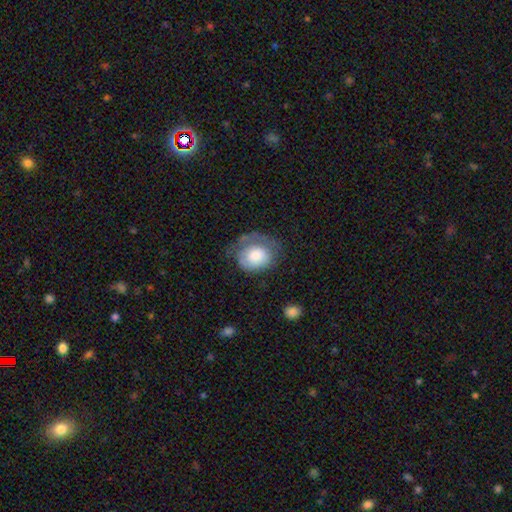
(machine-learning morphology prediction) This appears to be a smooth galaxy with no disk features (64%) that is round (56%). Merging: none (43%).